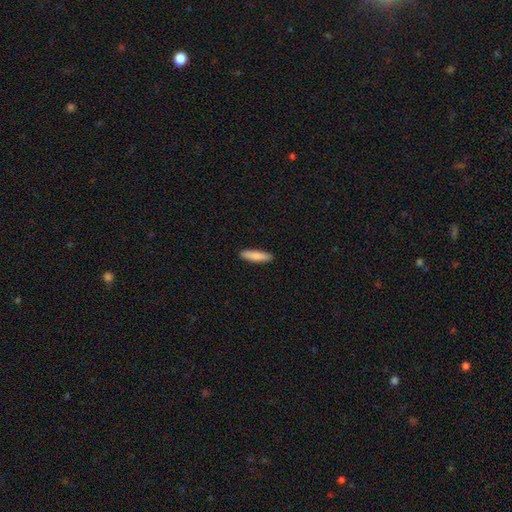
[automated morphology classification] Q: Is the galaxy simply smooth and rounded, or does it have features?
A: smooth — 84%.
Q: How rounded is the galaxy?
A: cigar-shaped — 74%.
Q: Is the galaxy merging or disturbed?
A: none — 90%.